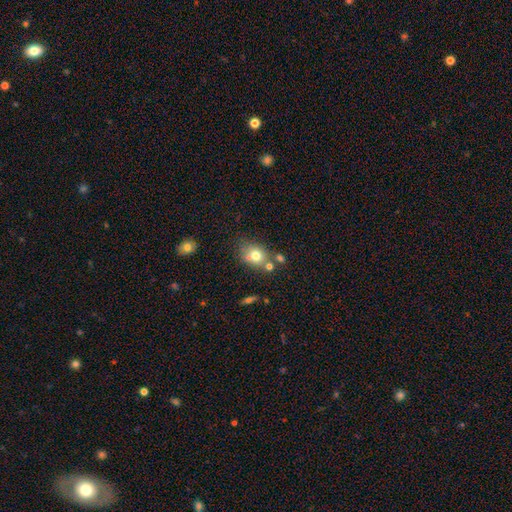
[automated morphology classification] smooth-or-featured: smooth: 72% | featured or disk: 16% | star or artifact: 11%
  how-rounded: in between: 53% | round: 45% | cigar-shaped: 1%
  merging: none: 54% | merger: 21% | minor disturbance: 18% | major disturbance: 7%